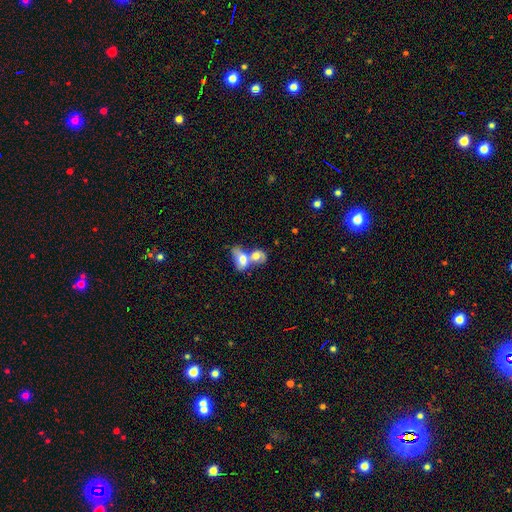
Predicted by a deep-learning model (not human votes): Q: Smooth or featured?
A: smooth (64%); runner-up: featured or disk (29%)
Q: How rounded?
A: in between (76%); runner-up: round (21%)
Q: Merging?
A: merger (83%); runner-up: none (8%)